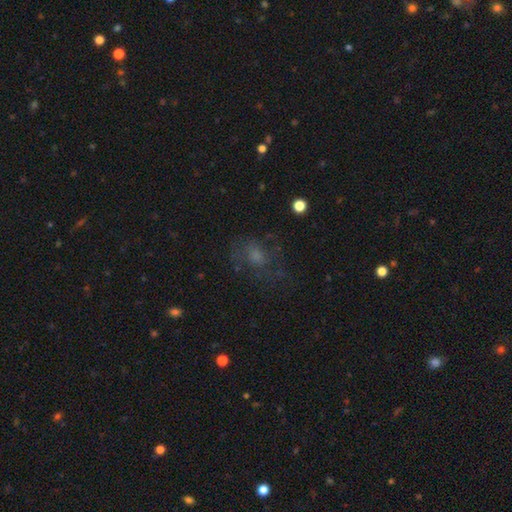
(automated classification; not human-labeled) Smooth or featured: smooth — 47% (featured or disk — 34%)
Merging: none — 51% (major disturbance — 26%)